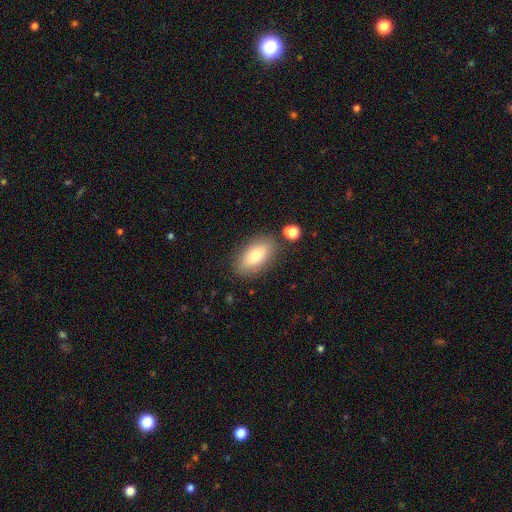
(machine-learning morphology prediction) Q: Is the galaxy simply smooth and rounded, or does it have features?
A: smooth — 76%.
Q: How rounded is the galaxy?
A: in between — 88%.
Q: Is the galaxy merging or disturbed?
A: none — 80%.